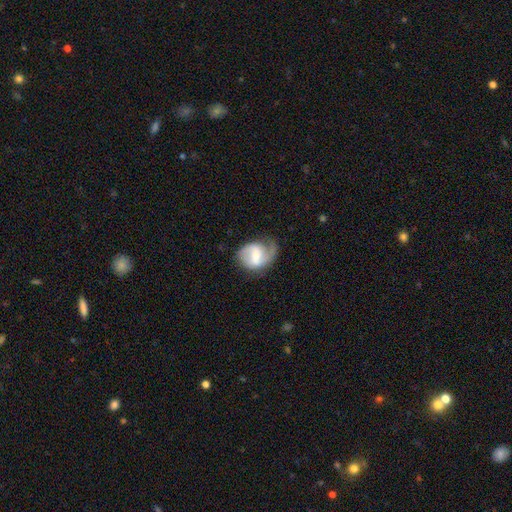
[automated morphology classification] smooth-or-featured: featured or disk: 68% | smooth: 25% | star or artifact: 6%
  disk-edge-on: no: 98% | yes: 2%
    bar: weak: 52% | no: 26% | strong: 22%
    has-spiral-arms: yes: 90% | no: 10%
      spiral-winding: medium: 46% | loose: 33% | tight: 21%
      spiral-arm-count: 2: 66% | 1: 24% | can't tell: 7% | 3: 1% | 4: 1% | more than 4: 1%
    bulge-size: moderate: 41% | small: 38% | none: 11% | large: 8% | dominant: 2%
  merging: none: 55% | minor disturbance: 27% | major disturbance: 17% | merger: 2%